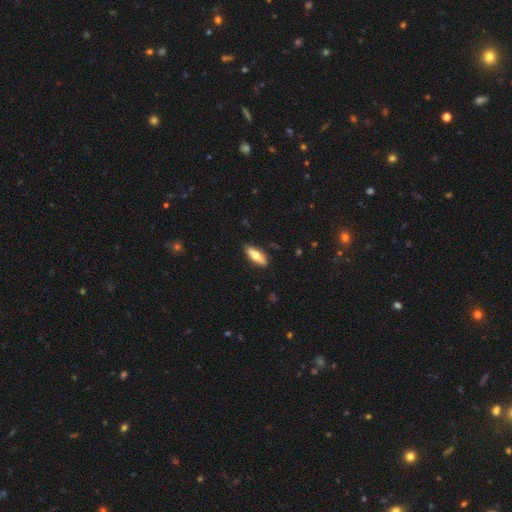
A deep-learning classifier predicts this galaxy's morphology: smooth-or-featured: smooth: 58% | featured or disk: 36% | star or artifact: 6%
  how-rounded: in between: 54% | cigar-shaped: 43% | round: 3%
  merging: none: 86% | minor disturbance: 11% | major disturbance: 2% | merger: 1%